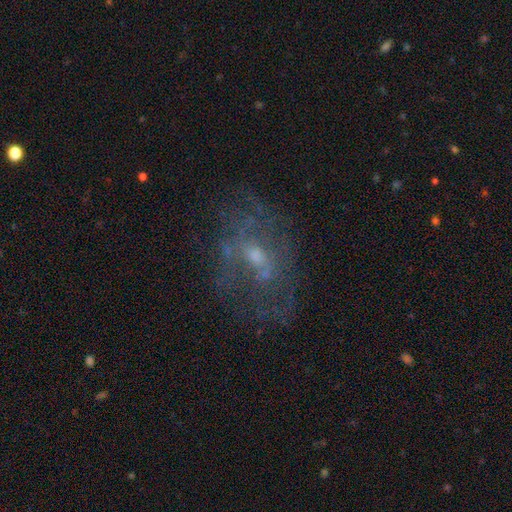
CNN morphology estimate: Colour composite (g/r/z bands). It shows a featured or disk galaxy (63%) with no bar (70%), no spiral arms (64%) and a small central bulge (51%). Merging: none (53%).